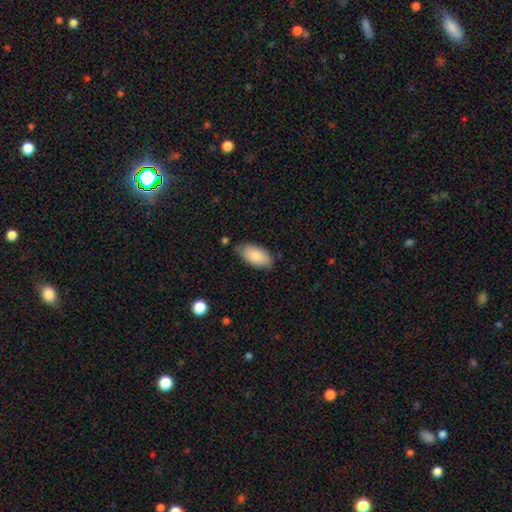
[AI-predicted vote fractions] Smooth or featured?
  - smooth: 85% *
  - featured or disk: 9%
  - star or artifact: 6%
How rounded?
  - in between: 94% *
  - cigar-shaped: 4%
  - round: 2%
Merging?
  - none: 76% *
  - minor disturbance: 19%
  - major disturbance: 3%
  - merger: 2%